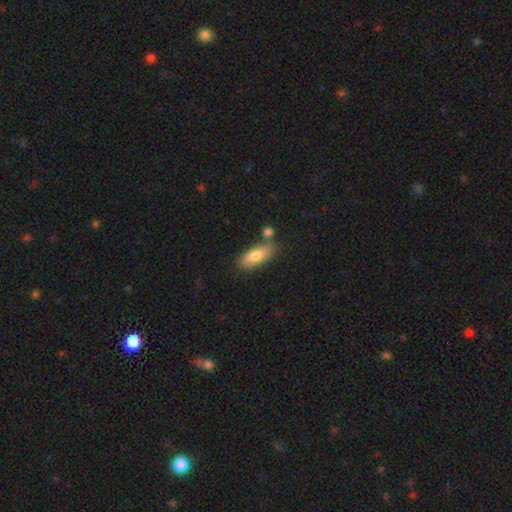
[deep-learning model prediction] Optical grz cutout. It shows a smooth galaxy with no disk features (77%) that is in between round and cigar-shaped (76%). Merging: none (67%).